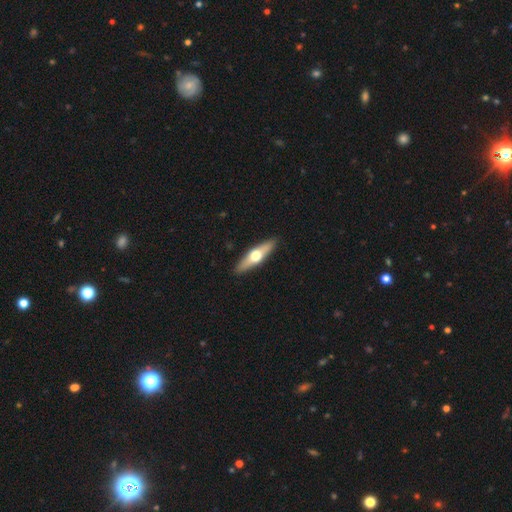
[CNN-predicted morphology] A featured or disk galaxy (56%) viewed edge-on (93%) with a rounded central bulge (96%). Merging: none (91%).